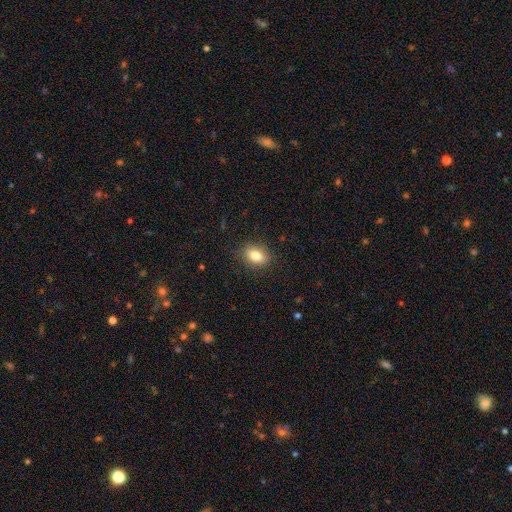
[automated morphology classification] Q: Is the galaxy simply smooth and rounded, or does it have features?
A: smooth — 82%.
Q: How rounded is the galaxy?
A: in between — 72%.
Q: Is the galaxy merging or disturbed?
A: none — 87%.